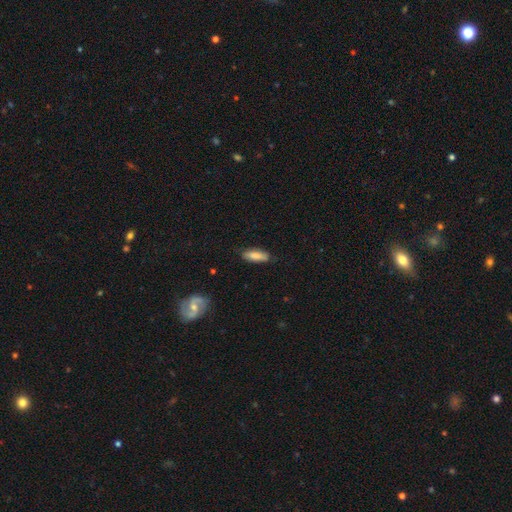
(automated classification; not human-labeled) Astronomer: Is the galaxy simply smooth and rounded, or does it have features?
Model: smooth — 84%.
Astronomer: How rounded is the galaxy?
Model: in between — 62%.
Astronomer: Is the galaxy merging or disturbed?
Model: none — 81%.